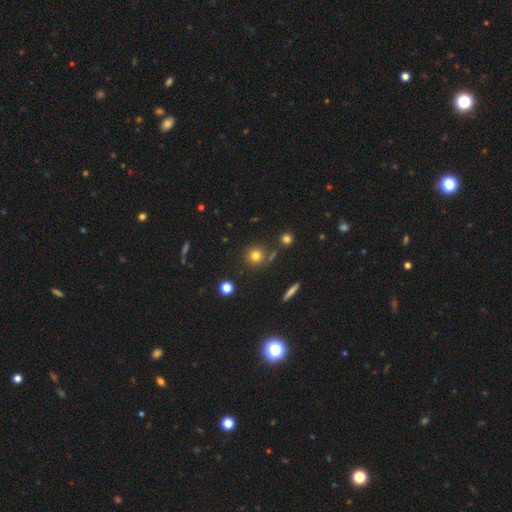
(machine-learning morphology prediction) Smooth or featured? Predicted: smooth (p=0.76). How rounded? Predicted: round (p=0.93). Merging? Predicted: none (p=0.81).